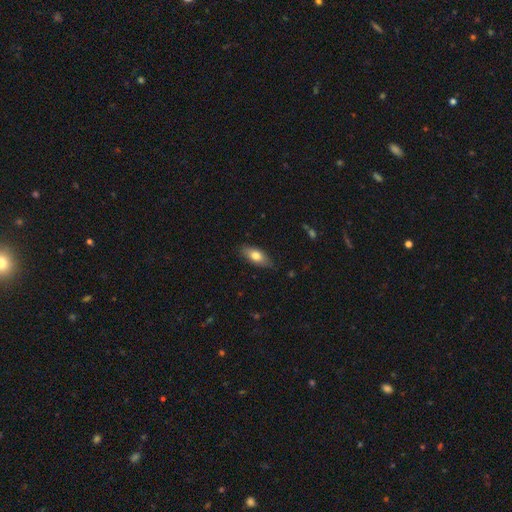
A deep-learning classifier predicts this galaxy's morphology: A smooth galaxy with no disk features (74%) that is in between round and cigar-shaped (82%).

Vote fractions:
- Smooth or featured? smooth: 74% / featured or disk: 19% / star or artifact: 7%
- How rounded? in between: 82% / cigar-shaped: 15% / round: 3%
- Merging? none: 81% / minor disturbance: 15% / major disturbance: 2% / merger: 1%